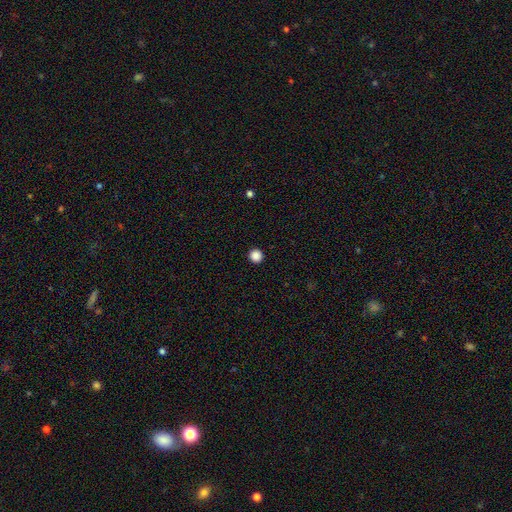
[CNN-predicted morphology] The model was most divided on "smooth or featured": smooth: 87%, star or artifact: 10%, featured or disk: 2%. More confident: how rounded — round (95%); merging — none (94%).